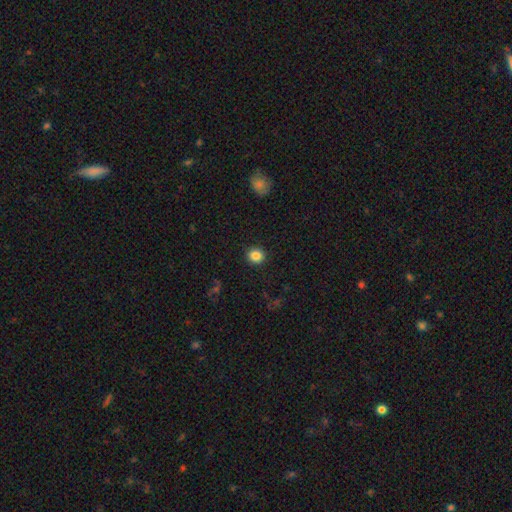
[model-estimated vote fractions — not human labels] The model was most divided on "how rounded": round: 85%, in between: 14%, cigar-shaped: 1%. More confident: merging — none (91%); smooth or featured — smooth (85%).